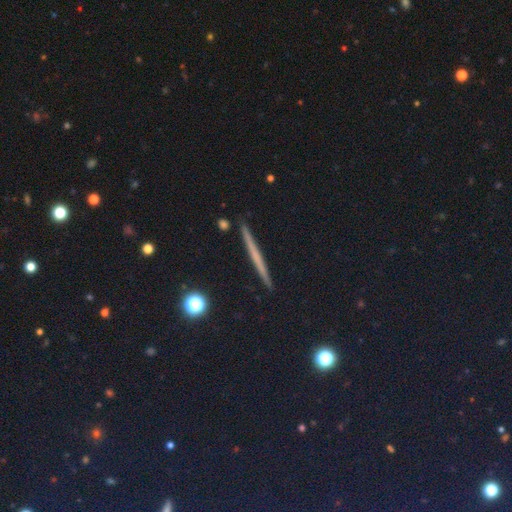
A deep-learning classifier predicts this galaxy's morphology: Q: Smooth or featured?
A: featured or disk (47%); runner-up: smooth (39%)
Q: Merging?
A: none (92%); runner-up: minor disturbance (5%)